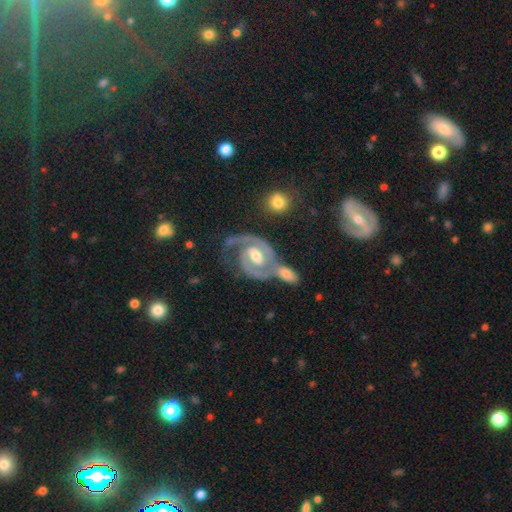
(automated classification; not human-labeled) Smooth or featured?
  - featured or disk: 91% *
  - smooth: 5%
  - star or artifact: 4%
Edge-on disk?
  - no: 97% *
  - yes: 3%
Bar?
  - weak: 47% *
  - no: 27%
  - strong: 26%
Spiral arms?
  - yes: 97% *
  - no: 3%
Spiral winding?
  - tight: 51% *
  - medium: 41%
  - loose: 7%
Spiral arm count?
  - 2: 86% *
  - 1: 6%
  - can't tell: 4%
  - 3: 3%
  - 4: 1%
  - more than 4: 1%
Bulge size?
  - moderate: 67% *
  - small: 18%
  - large: 12%
  - none: 2%
  - dominant: 1%
Merging?
  - none: 46% *
  - merger: 27%
  - minor disturbance: 17%
  - major disturbance: 10%